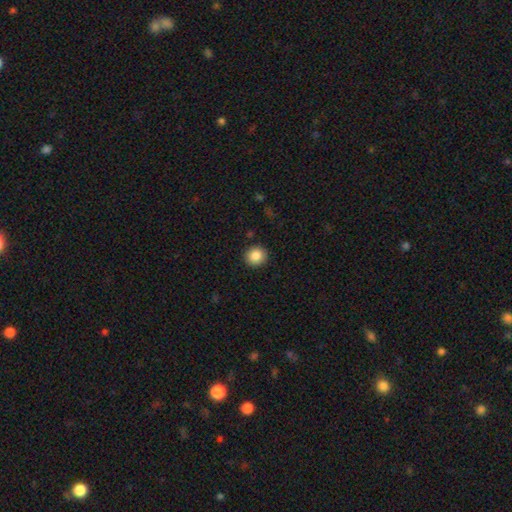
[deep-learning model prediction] Morphology: type=smooth (87%); roundness=round (92%); merging=none (92%).